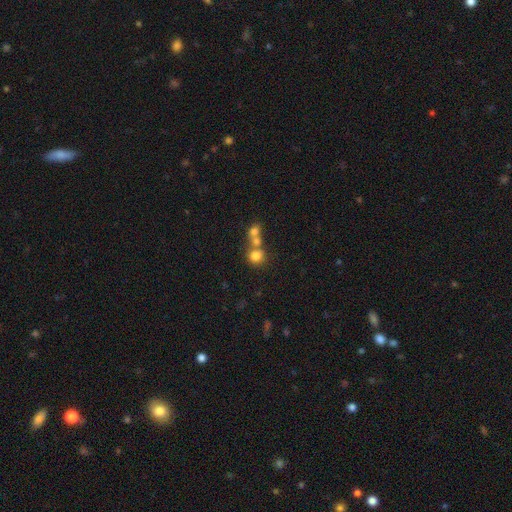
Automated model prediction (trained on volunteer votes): Morphology: type=smooth (76%); roundness=round (84%); merging=none (45%, tied with merger).